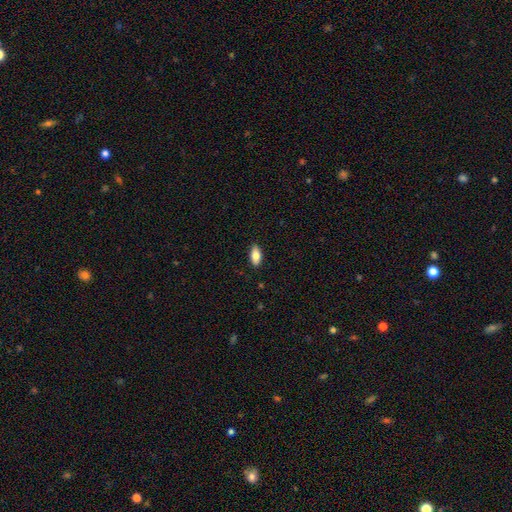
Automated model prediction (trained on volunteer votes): Overall: smooth (80%). How rounded: in between (88%). Merging: none (88%).